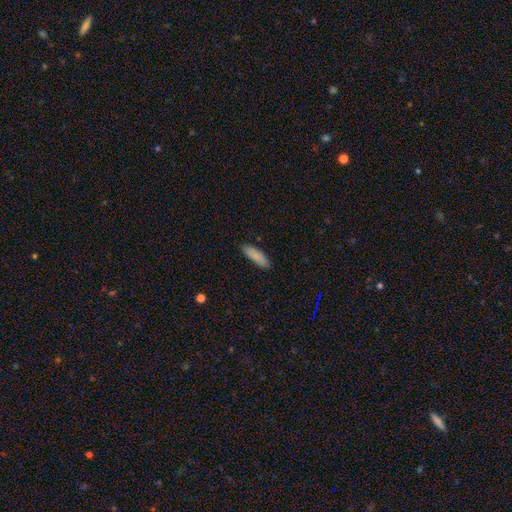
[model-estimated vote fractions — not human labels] Smooth or featured? Predicted: smooth (p=0.87). How rounded? Predicted: cigar-shaped (p=0.52). Merging? Predicted: none (p=0.87).